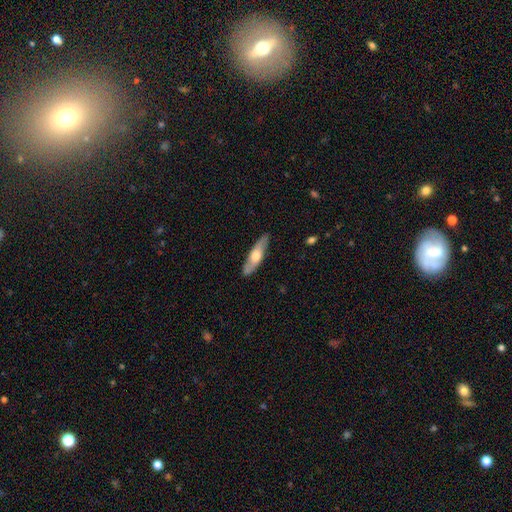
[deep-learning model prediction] A smooth galaxy with no disk features (49%).

Vote fractions:
- Smooth or featured? smooth: 49% / featured or disk: 46% / star or artifact: 5%
- Merging? none: 85% / minor disturbance: 12% / major disturbance: 2% / merger: 1%